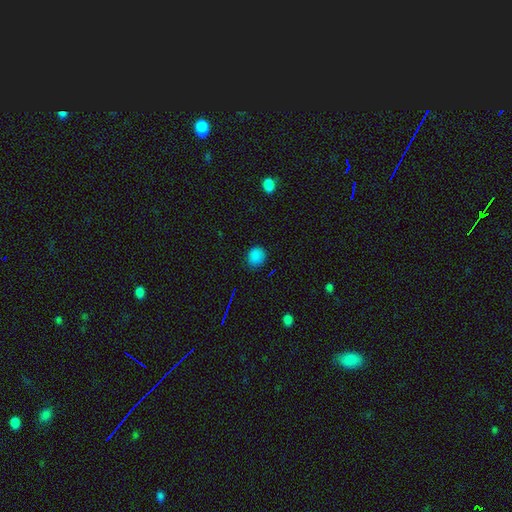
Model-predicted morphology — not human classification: This is clearly a smooth galaxy (83%). How rounded: likely round (79%). Merging: clearly none (85%).